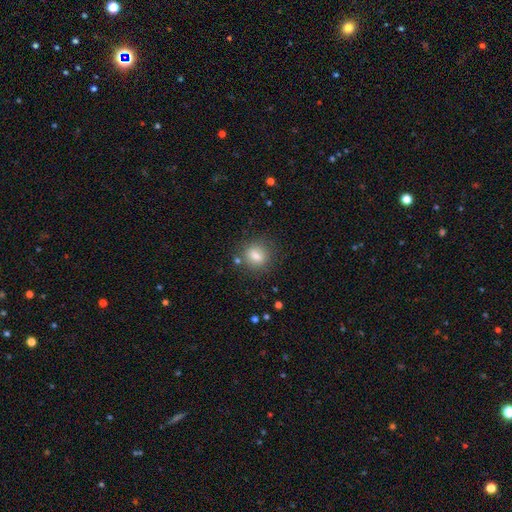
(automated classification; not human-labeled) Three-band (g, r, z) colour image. It shows a smooth galaxy with no disk features (79%) that is round (67%). Merging: none (81%).